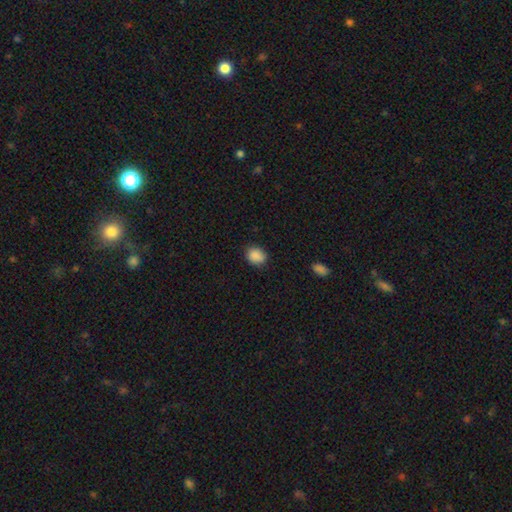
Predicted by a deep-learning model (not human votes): smooth_or_featured: smooth (p=0.88) [alt: star or artifact p=0.09]
how_rounded: round (p=0.54) [alt: in between p=0.45]
merging: none (p=0.82) [alt: minor disturbance p=0.14]